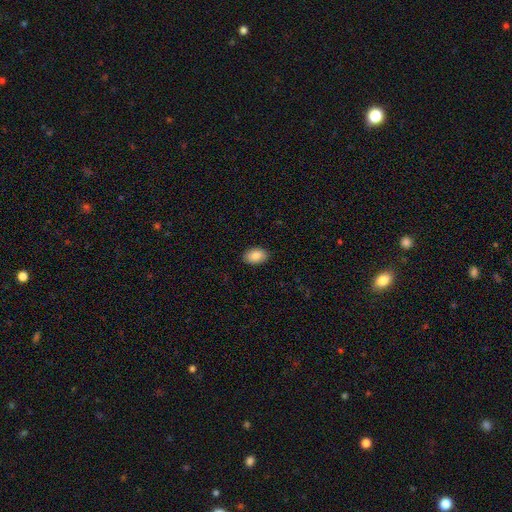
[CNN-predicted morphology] Smooth or featured? Predicted: smooth (p=0.86). How rounded? Predicted: in between (p=0.88). Merging? Predicted: none (p=0.89).